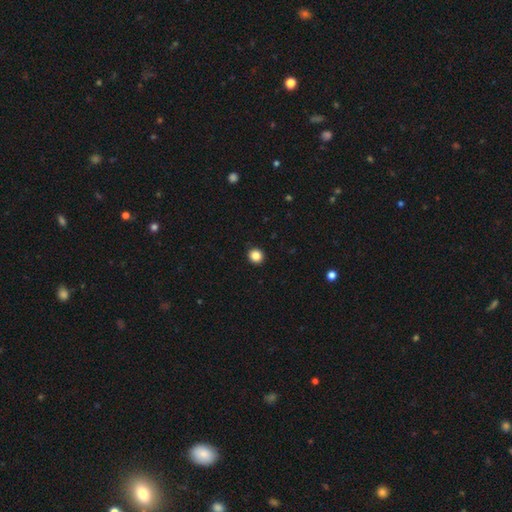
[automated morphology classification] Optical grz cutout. It shows a smooth galaxy with no disk features (86%) that is round (91%). Merging: none (93%).